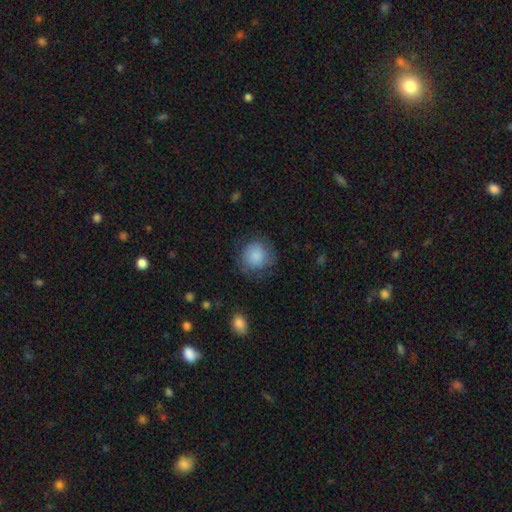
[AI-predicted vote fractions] Smooth or featured: smooth — 79% (featured or disk — 13%)
How rounded: round — 87% (in between — 12%)
Merging: none — 68% (minor disturbance — 20%)